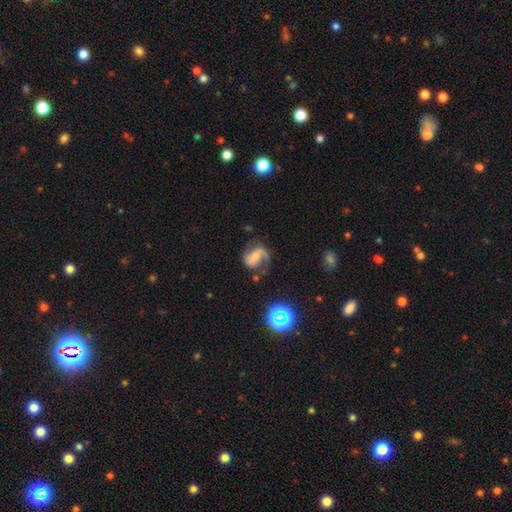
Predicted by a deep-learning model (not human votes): Smooth or featured? featured or disk (72%)
Edge-on disk? no (97%)
Bar? no (46%)
Spiral arms? yes (90%)
Spiral winding? medium (46%)
Spiral arm count? 2 (71%)
Bulge size? moderate (44%)
Merging? none (53%)